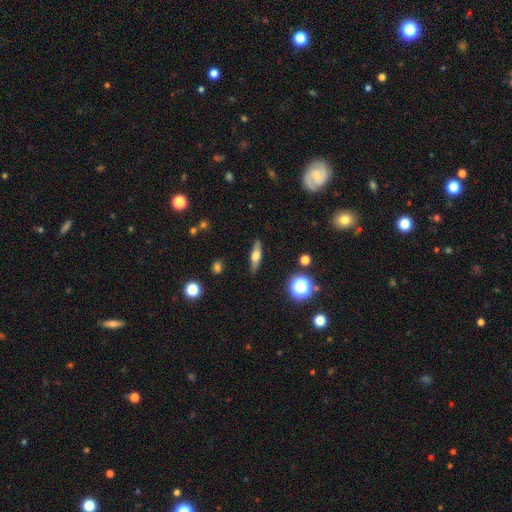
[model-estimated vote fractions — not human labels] smooth 48%, featured or disk 44%, star or artifact 9%. Down the decision tree: merging — none (86%).